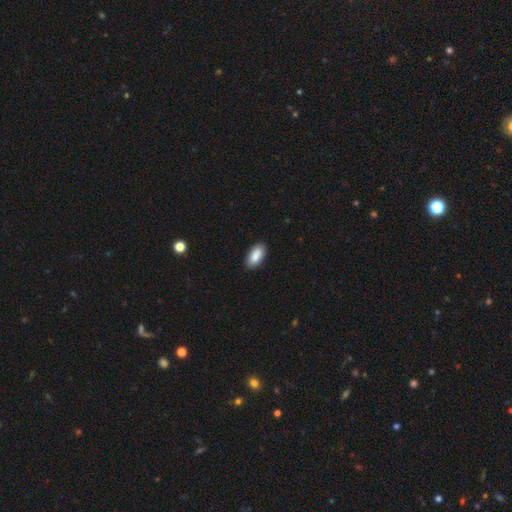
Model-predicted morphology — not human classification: Smooth or featured?
  - smooth: 89% *
  - star or artifact: 6%
  - featured or disk: 5%
How rounded?
  - in between: 93% *
  - cigar-shaped: 4%
  - round: 2%
Merging?
  - none: 88% *
  - minor disturbance: 9%
  - major disturbance: 2%
  - merger: 1%